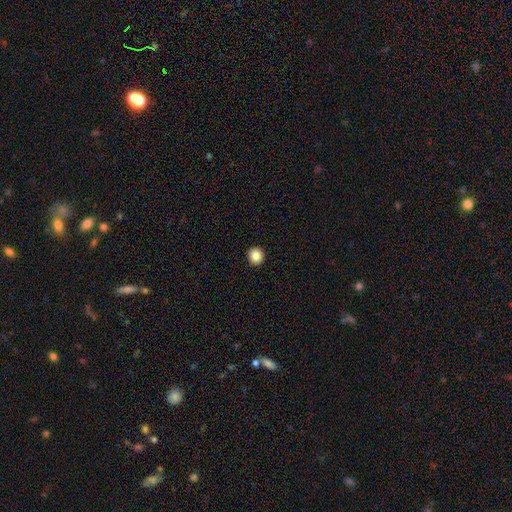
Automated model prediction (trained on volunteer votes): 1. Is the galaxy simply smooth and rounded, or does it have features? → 86% smooth, 10% star or artifact, 4% featured or disk.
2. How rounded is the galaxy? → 93% round, 6% in between, 1% cigar-shaped.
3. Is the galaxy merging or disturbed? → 93% none, 4% minor disturbance, 1% major disturbance, 1% merger.